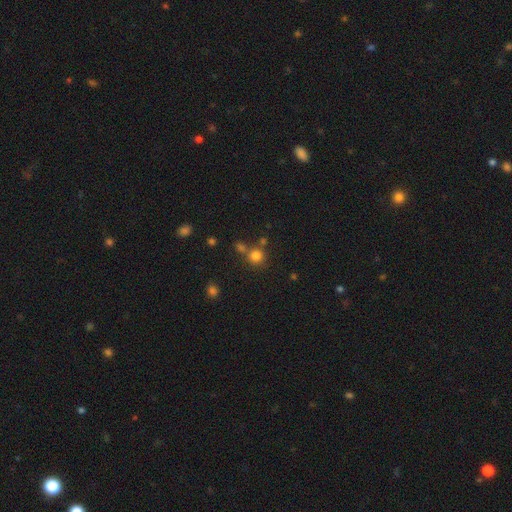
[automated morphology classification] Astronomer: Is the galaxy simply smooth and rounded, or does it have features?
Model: smooth — 78%.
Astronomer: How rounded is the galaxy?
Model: round — 90%.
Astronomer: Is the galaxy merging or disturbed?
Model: none — 65%.